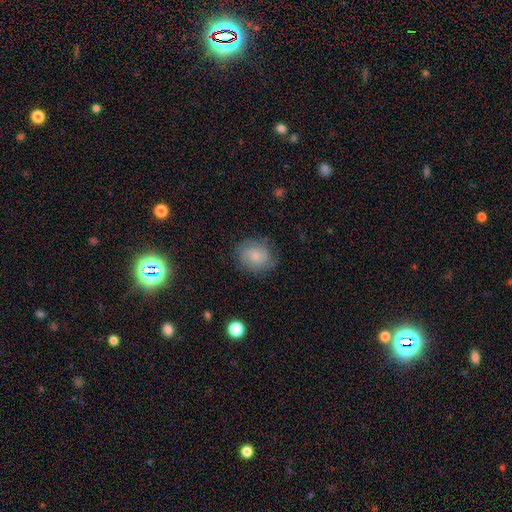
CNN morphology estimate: This is likely a smooth galaxy (63%). How rounded: likely round (60%). Merging: likely none (73%).